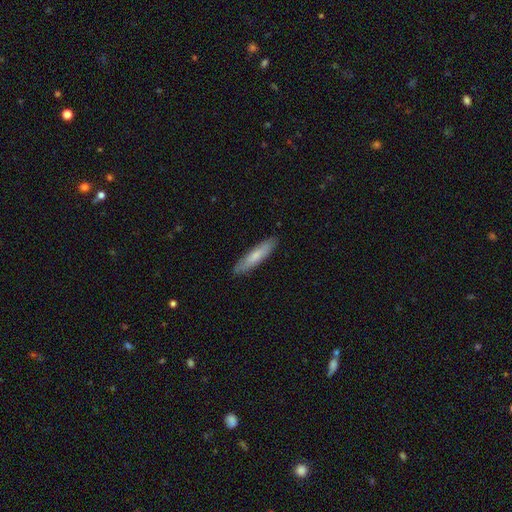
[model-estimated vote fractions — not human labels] smooth-or-featured: smooth: 73% | featured or disk: 22% | star or artifact: 5%
  how-rounded: cigar-shaped: 82% | in between: 17% | round: 1%
  merging: none: 88% | minor disturbance: 10% | major disturbance: 2% | merger: 1%